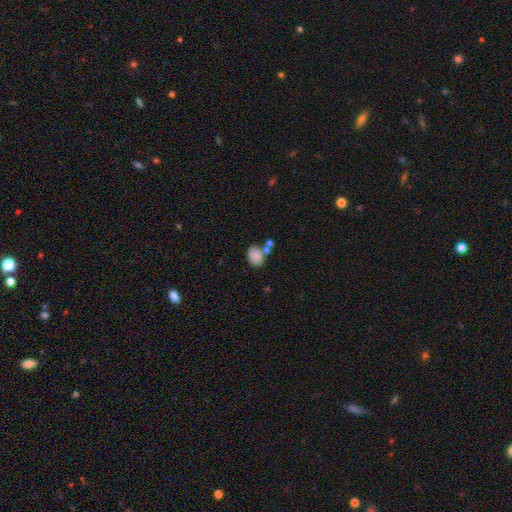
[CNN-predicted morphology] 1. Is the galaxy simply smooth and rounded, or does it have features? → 84% smooth, 9% star or artifact, 7% featured or disk.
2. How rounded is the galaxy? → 69% in between, 30% round, 1% cigar-shaped.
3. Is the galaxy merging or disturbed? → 62% none, 17% merger, 16% minor disturbance, 5% major disturbance.